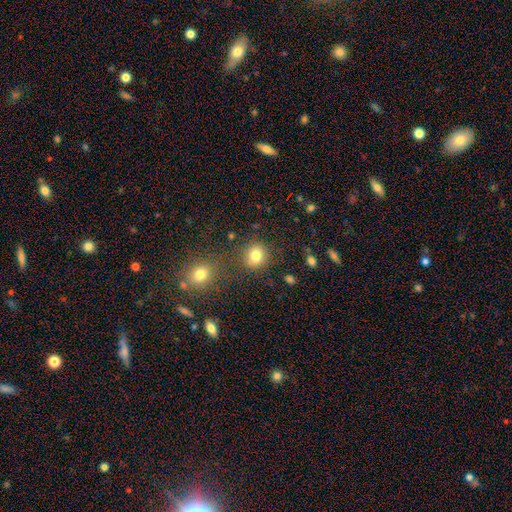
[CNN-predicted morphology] Overall: smooth (82%). How rounded: round (80%). Merging: none (78%).